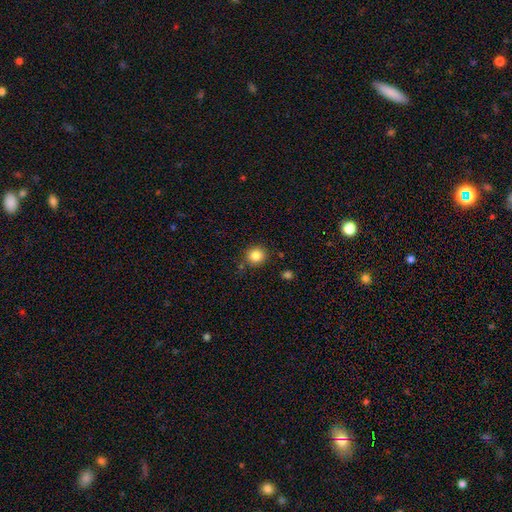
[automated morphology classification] The model was most divided on "smooth or featured": smooth: 84%, star or artifact: 11%, featured or disk: 5%. More confident: how rounded — round (89%); merging — none (84%).